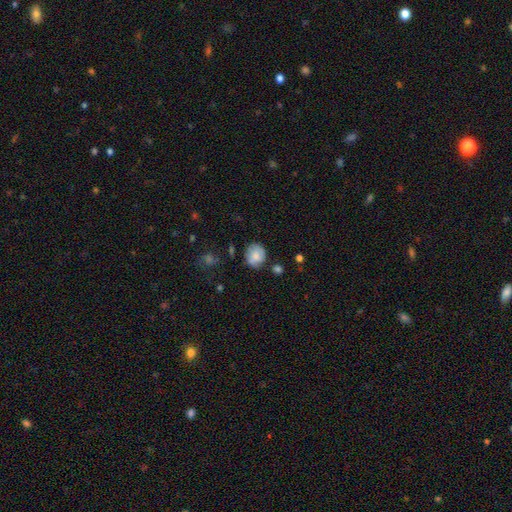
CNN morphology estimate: Smooth or featured? Predicted: smooth (p=0.72). How rounded? Predicted: round (p=0.75). Merging? Predicted: none (p=0.71).